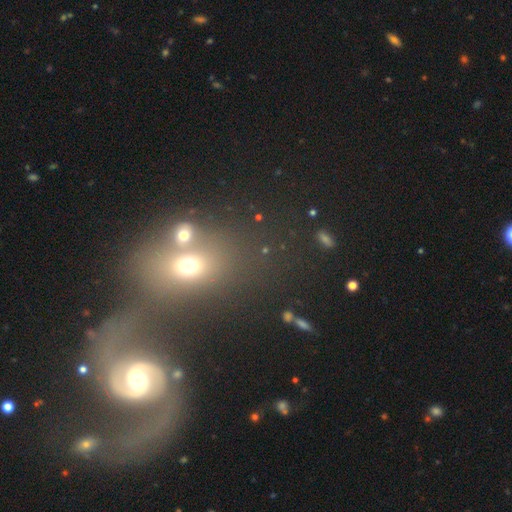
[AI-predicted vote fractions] featured or disk 49%, smooth 34%, star or artifact 17%. Down the decision tree: merging — merger (53%).